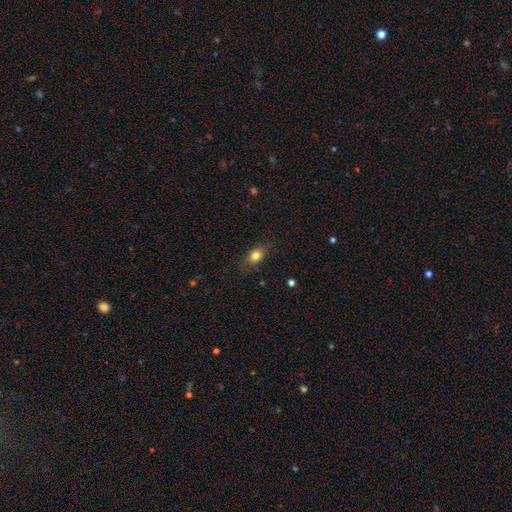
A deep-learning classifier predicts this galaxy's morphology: A smooth galaxy with no disk features (81%) that is in between round and cigar-shaped (73%).

Vote fractions:
- Smooth or featured? smooth: 81% / star or artifact: 10% / featured or disk: 10%
- How rounded? in between: 73% / round: 22% / cigar-shaped: 4%
- Merging? none: 80% / minor disturbance: 15% / major disturbance: 4% / merger: 1%